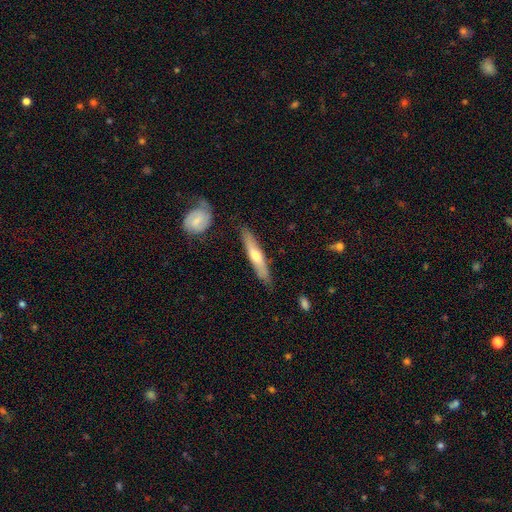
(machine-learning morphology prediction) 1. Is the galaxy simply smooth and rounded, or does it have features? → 48% featured or disk, 47% smooth, 5% star or artifact.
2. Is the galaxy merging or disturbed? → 83% none, 12% minor disturbance, 2% major disturbance, 2% merger.